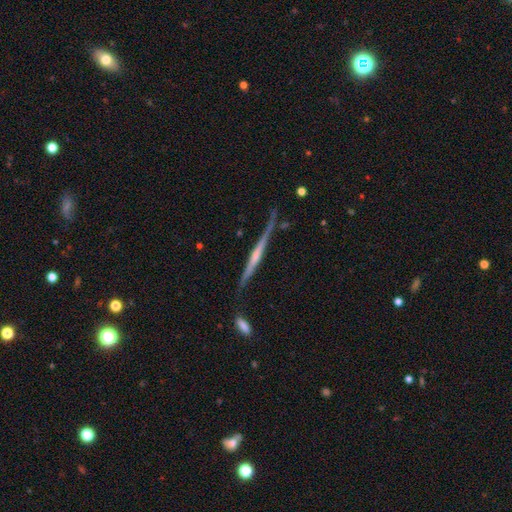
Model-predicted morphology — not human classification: featured or disk 74%, smooth 19%, star or artifact 6%. Down the decision tree: edge-on disk — yes (97%); edge-on bulge — rounded (46%); merging — none (76%).